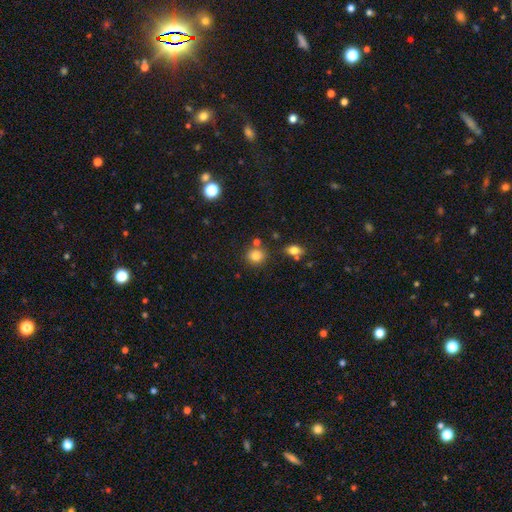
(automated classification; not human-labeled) Morphology: type=smooth (82%); roundness=round (83%); merging=none (76%).